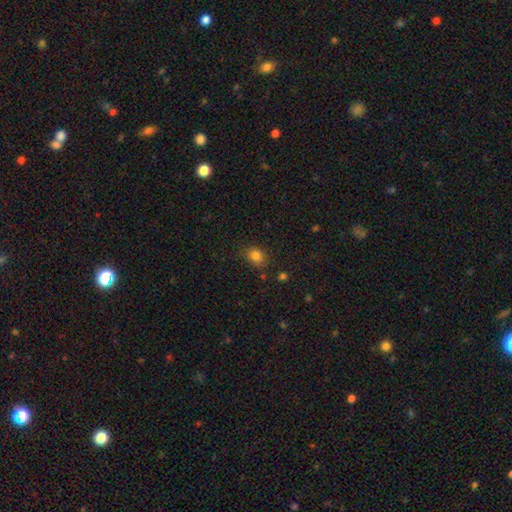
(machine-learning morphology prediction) Q: Smooth or featured?
A: smooth (82%); runner-up: star or artifact (13%)
Q: How rounded?
A: round (56%); runner-up: in between (43%)
Q: Merging?
A: none (77%); runner-up: minor disturbance (17%)